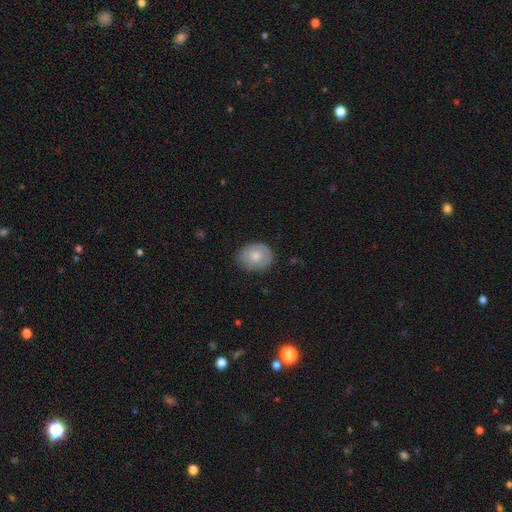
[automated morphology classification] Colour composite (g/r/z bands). It shows a smooth galaxy with no disk features (71%) that is round (56%). Merging: none (78%).